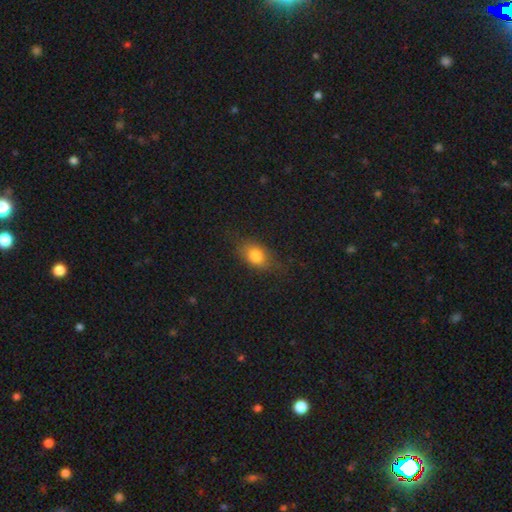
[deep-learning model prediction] smooth 79%, featured or disk 11%, star or artifact 10%. Down the decision tree: how rounded — in between (75%); merging — none (73%).